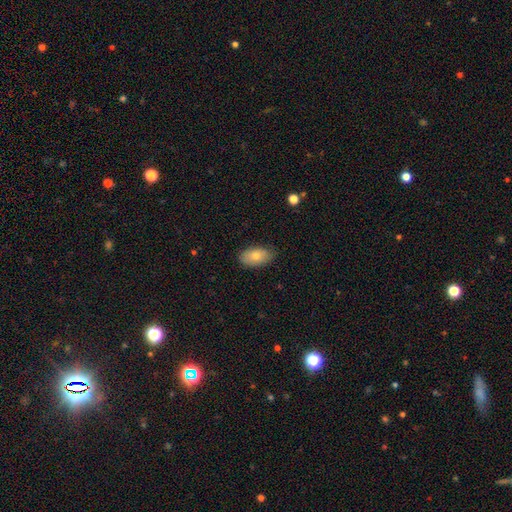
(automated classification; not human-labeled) This is likely a smooth galaxy (74%). How rounded: clearly in between (93%). Merging: clearly none (85%).